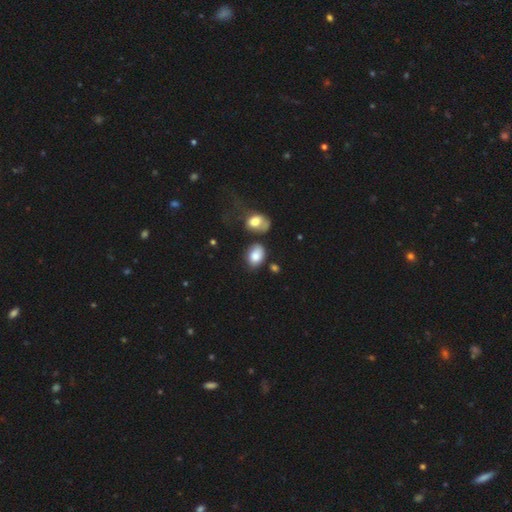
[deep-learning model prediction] This appears to be a smooth galaxy with no disk features (83%) that is in between round and cigar-shaped (77%). Merging: none (55%).